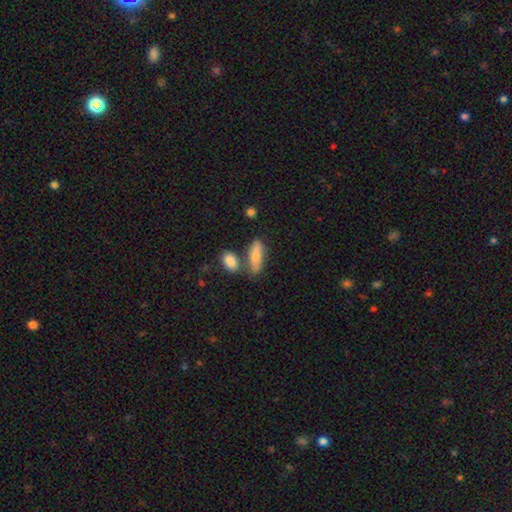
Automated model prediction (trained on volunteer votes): Smooth or featured? smooth (79%)
How rounded? in between (55%)
Merging? none (63%)